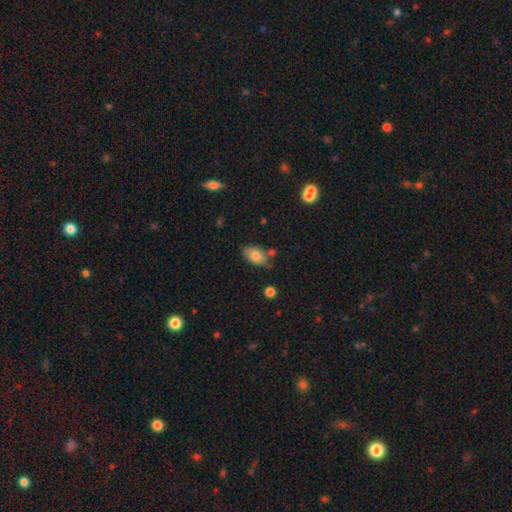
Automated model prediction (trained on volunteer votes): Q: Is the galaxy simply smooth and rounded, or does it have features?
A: smooth — 78%.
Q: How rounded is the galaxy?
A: in between — 91%.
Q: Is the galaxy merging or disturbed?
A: none — 69%.